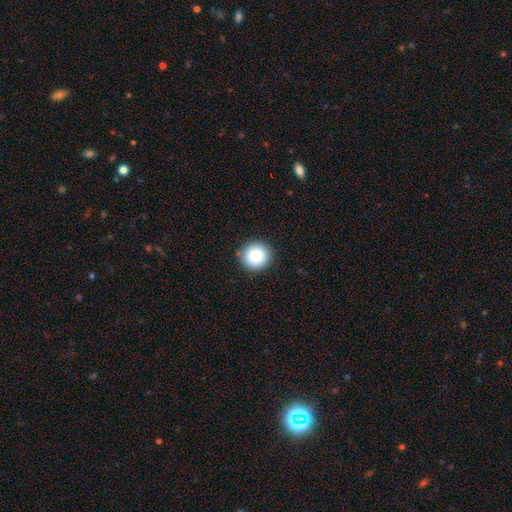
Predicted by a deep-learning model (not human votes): This is clearly a smooth galaxy (85%). How rounded: clearly round (95%). Merging: clearly none (90%).